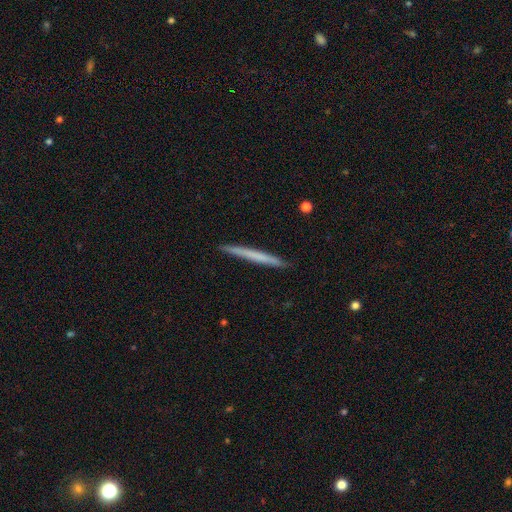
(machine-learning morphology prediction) smooth-or-featured: smooth: 57% | featured or disk: 38% | star or artifact: 5%
  how-rounded: cigar-shaped: 97% | in between: 2% | round: 1%
  merging: none: 91% | minor disturbance: 6% | major disturbance: 1% | merger: 1%